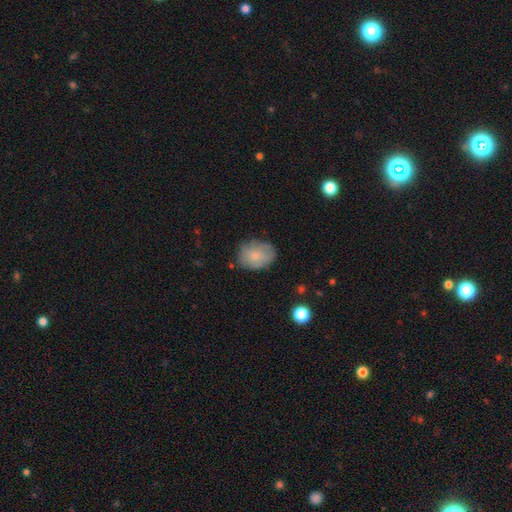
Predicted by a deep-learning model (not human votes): Smooth or featured? Predicted: smooth (p=0.75). How rounded? Predicted: in between (p=0.66). Merging? Predicted: none (p=0.71).